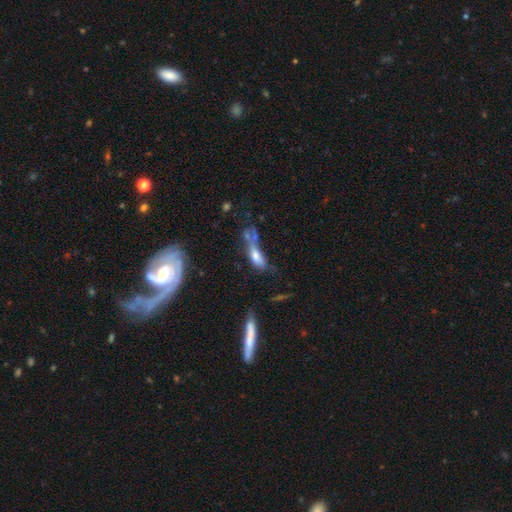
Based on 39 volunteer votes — Q: Smooth or featured?
A: smooth (62%); runner-up: featured or disk (33%)
Q: How rounded?
A: in between (83%); runner-up: cigar-shaped (17%)
Q: Merging?
A: minor disturbance (32%); tied with: major disturbance (32%)